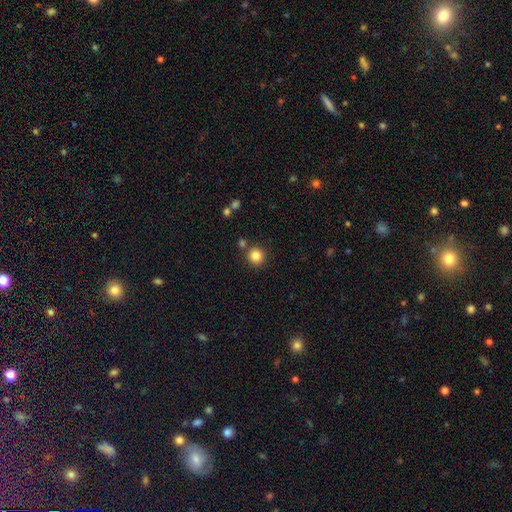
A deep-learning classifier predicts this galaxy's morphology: Smooth or featured: smooth — 85% (star or artifact — 11%)
How rounded: round — 93% (in between — 6%)
Merging: none — 82% (merger — 8%)